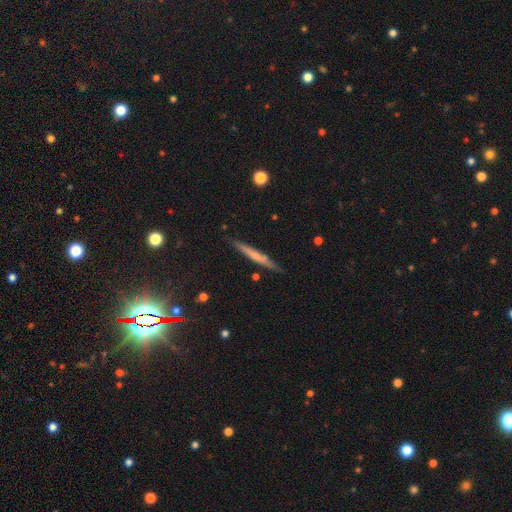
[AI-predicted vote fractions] Morphology: type=featured or disk (47%); merging=none (85%).